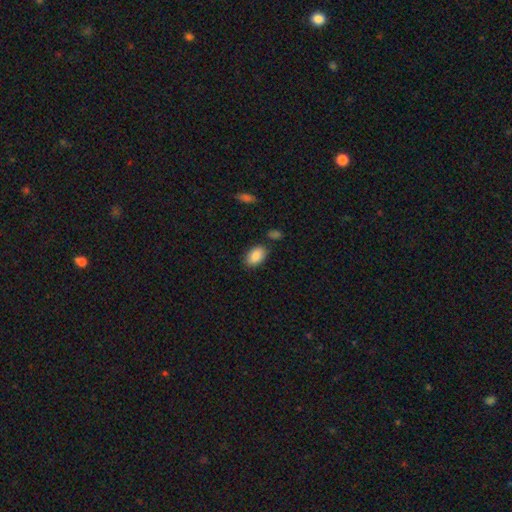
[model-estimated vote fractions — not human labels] smooth_or_featured: smooth (p=0.88) [alt: star or artifact p=0.07]
how_rounded: in between (p=0.92) [alt: round p=0.07]
merging: none (p=0.80) [alt: minor disturbance p=0.12]